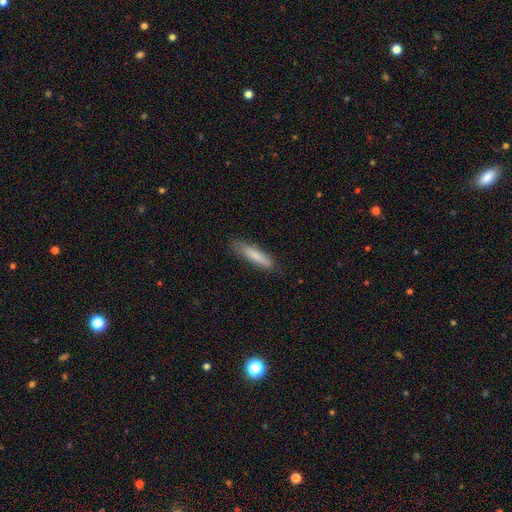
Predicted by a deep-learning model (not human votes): smooth 81%, featured or disk 13%, star or artifact 6%. Down the decision tree: how rounded — cigar-shaped (83%); merging — none (77%).